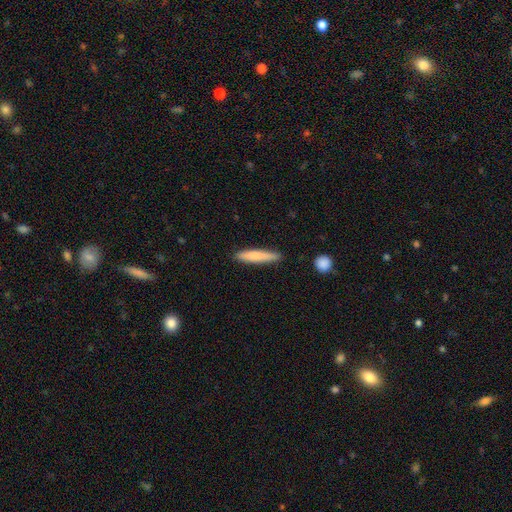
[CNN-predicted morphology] Smooth or featured?
  - smooth: 74% *
  - featured or disk: 21%
  - star or artifact: 6%
How rounded?
  - cigar-shaped: 90% *
  - in between: 9%
  - round: 1%
Merging?
  - none: 86% *
  - minor disturbance: 11%
  - major disturbance: 2%
  - merger: 2%